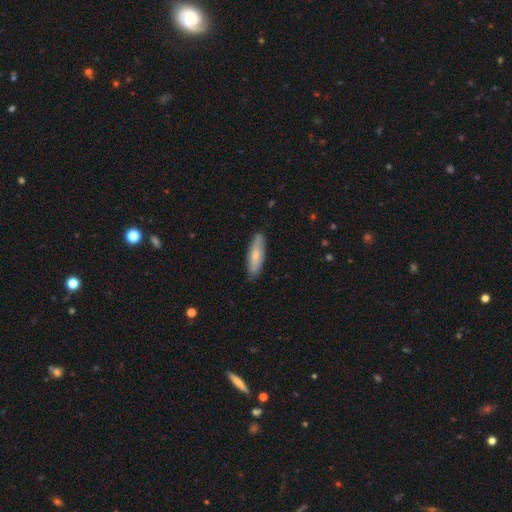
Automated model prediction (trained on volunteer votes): This appears to be a smooth galaxy with no disk features (70%) that is cigar-shaped (52%). Merging: none (85%).